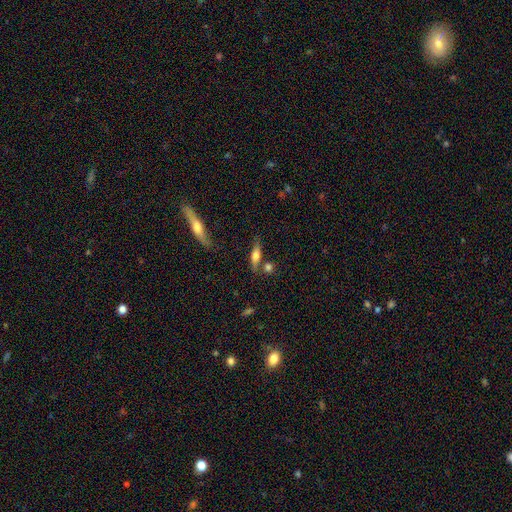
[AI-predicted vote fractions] Smooth or featured? Predicted: smooth (p=0.49). Merging? Predicted: none (p=0.66).